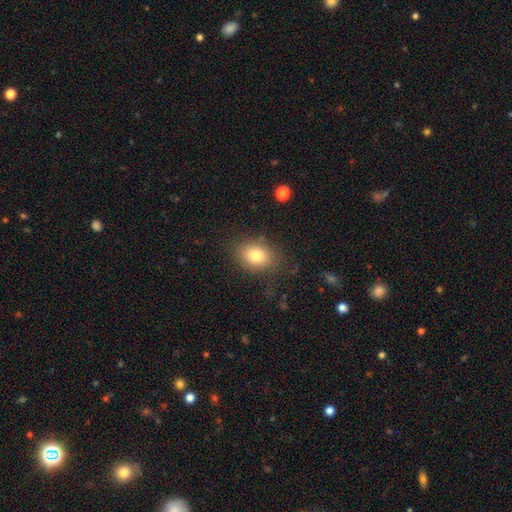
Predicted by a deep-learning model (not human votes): Smooth or featured: smooth — 80% (star or artifact — 10%)
How rounded: in between — 62% (round — 37%)
Merging: none — 81% (minor disturbance — 13%)